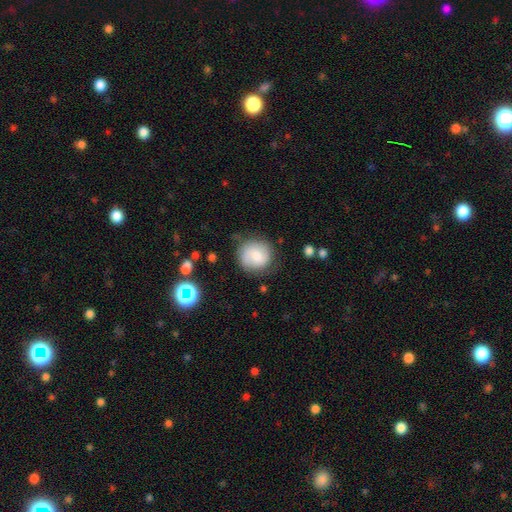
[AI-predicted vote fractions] The model was most divided on "smooth or featured": smooth: 56%, featured or disk: 36%, star or artifact: 8%. More confident: how rounded — round (88%); merging — none (73%).